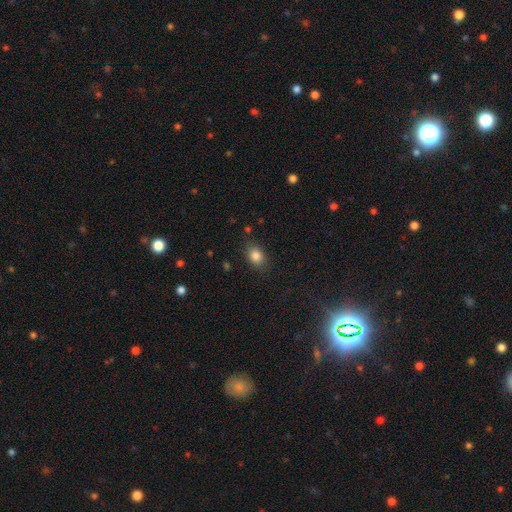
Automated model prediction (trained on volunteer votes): smooth_or_featured: smooth (p=0.84) [alt: star or artifact p=0.10]
how_rounded: in between (p=0.63) [alt: round p=0.36]
merging: none (p=0.82) [alt: minor disturbance p=0.13]